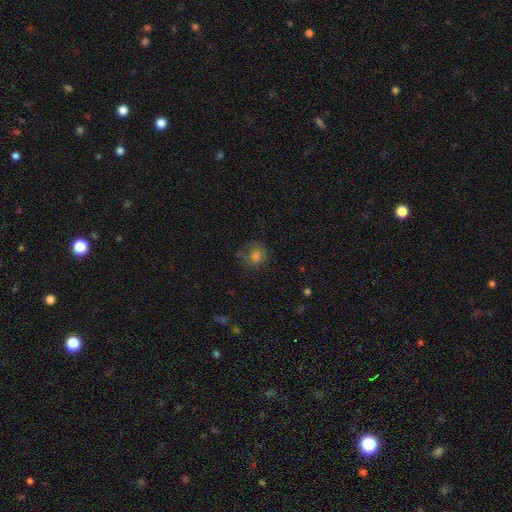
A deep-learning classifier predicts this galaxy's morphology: Overall: smooth (71%). How rounded: round (80%). Merging: none (64%).